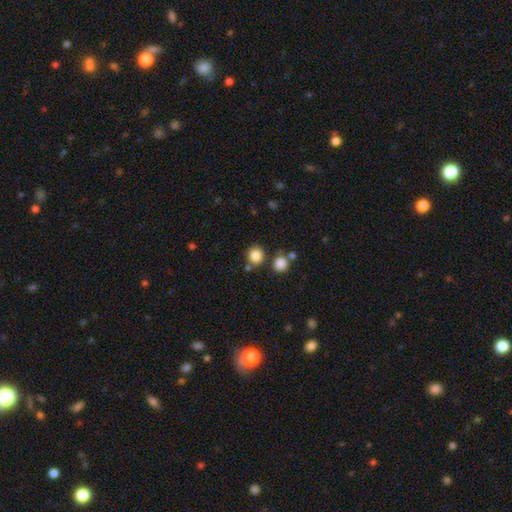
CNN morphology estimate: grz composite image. It shows a smooth galaxy with no disk features (85%) that is round (89%). Merging: none (79%).